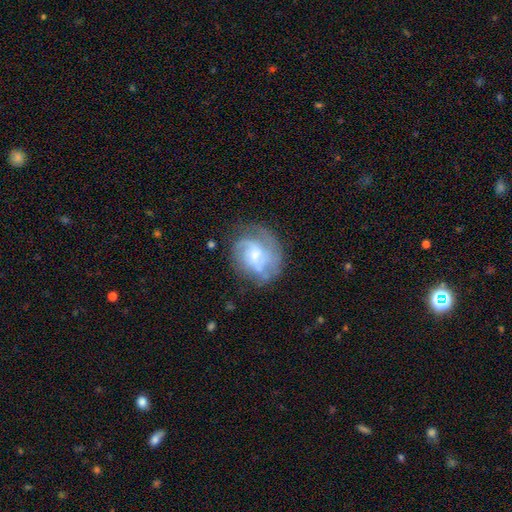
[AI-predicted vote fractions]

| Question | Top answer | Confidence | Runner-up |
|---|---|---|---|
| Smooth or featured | featured or disk | 74% | smooth (19%) |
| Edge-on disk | no | 98% | yes (2%) |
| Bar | no | 46% | weak (45%) |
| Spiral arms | yes | 91% | no (9%) |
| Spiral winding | medium | 43% | tight (37%) |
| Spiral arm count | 2 | 37% | can't tell (25%) |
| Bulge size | moderate | 42% | small (41%) |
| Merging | none | 61% | minor disturbance (22%) |